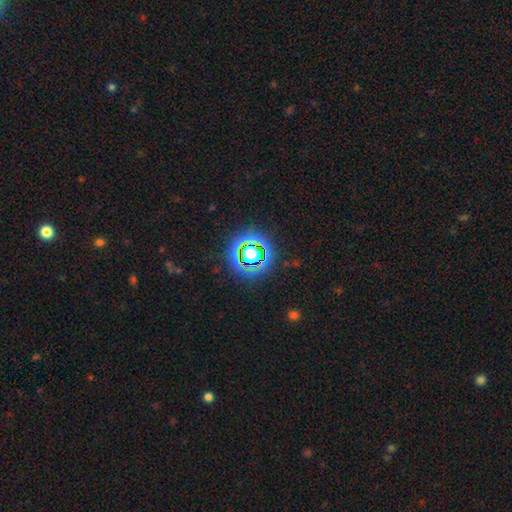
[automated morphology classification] star or artifact 76%, smooth 16%, featured or disk 8%.